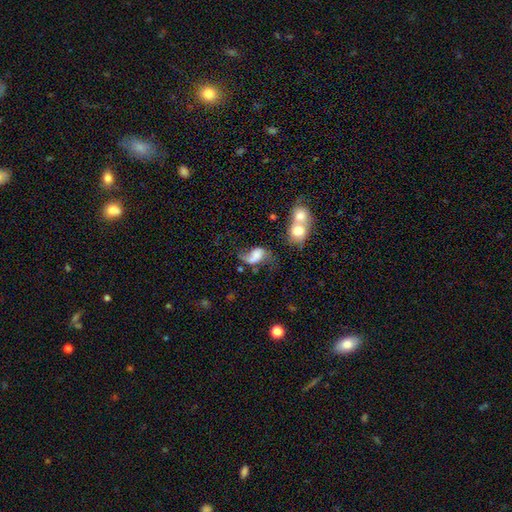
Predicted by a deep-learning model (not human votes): A featured or disk galaxy (50%).

Vote fractions:
- Smooth or featured? featured or disk: 50% / smooth: 39% / star or artifact: 11%
- Edge-on disk? no: 96% / yes: 4%
- Merging? major disturbance: 33% / none: 27% / merger: 21% / minor disturbance: 19%